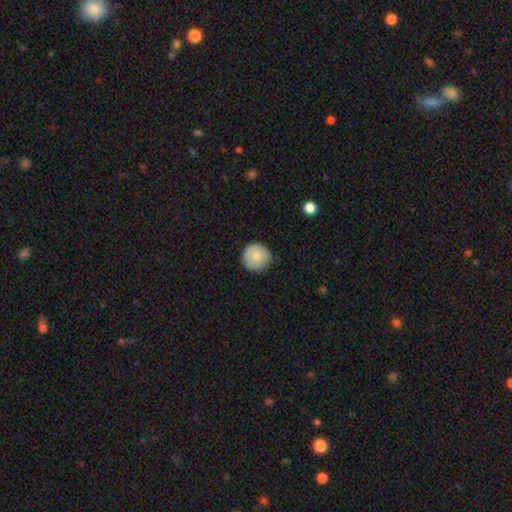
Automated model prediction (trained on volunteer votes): Smooth or featured?
  - smooth: 83% *
  - featured or disk: 10%
  - star or artifact: 7%
How rounded?
  - round: 95% *
  - in between: 4%
  - cigar-shaped: 1%
Merging?
  - none: 83% *
  - minor disturbance: 14%
  - major disturbance: 2%
  - merger: 1%